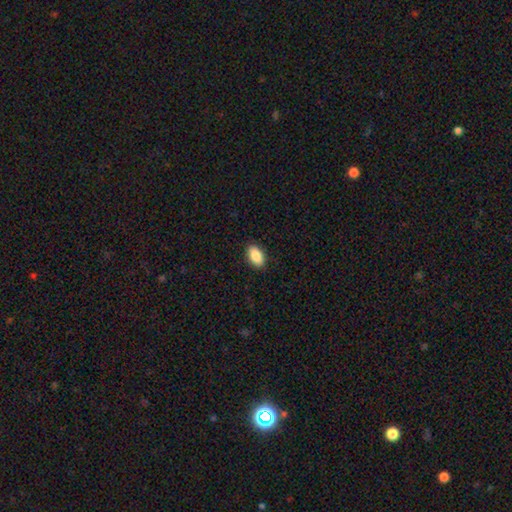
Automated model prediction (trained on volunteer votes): Q: Smooth or featured?
A: smooth (89%); runner-up: star or artifact (7%)
Q: How rounded?
A: in between (93%); runner-up: round (5%)
Q: Merging?
A: none (89%); runner-up: minor disturbance (8%)